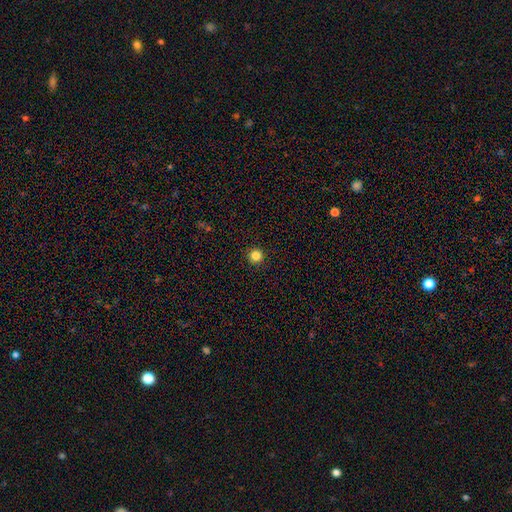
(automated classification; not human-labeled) A smooth galaxy with no disk features (84%) that is round (96%). Merging: none (94%).